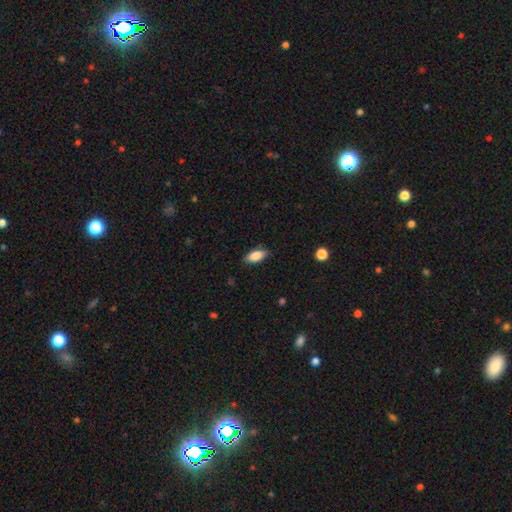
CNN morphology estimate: The model was most divided on "merging": none: 85%, minor disturbance: 12%, major disturbance: 2%, merger: 1%. More confident: how rounded — in between (86%); smooth or featured — smooth (85%).